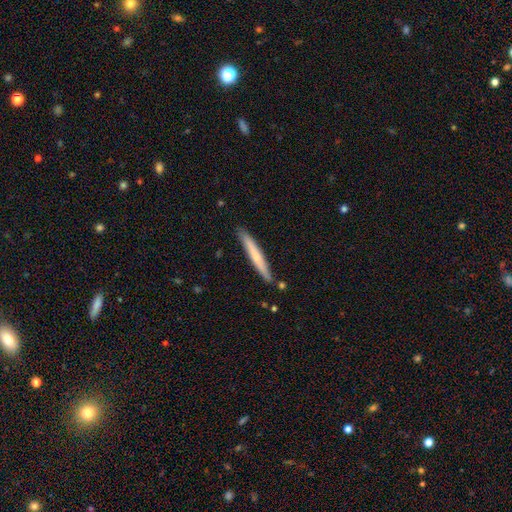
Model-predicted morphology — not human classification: The model was most divided on "smooth or featured": smooth: 60%, featured or disk: 34%, star or artifact: 5%. More confident: how rounded — cigar-shaped (96%); merging — none (86%).